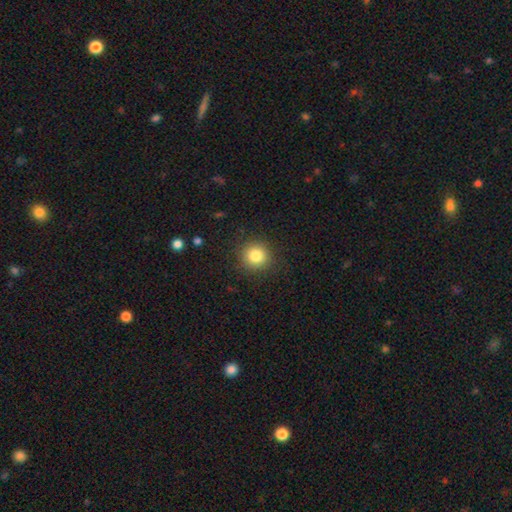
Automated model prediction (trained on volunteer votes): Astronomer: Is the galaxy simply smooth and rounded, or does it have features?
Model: smooth — 83%.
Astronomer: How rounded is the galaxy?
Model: round — 93%.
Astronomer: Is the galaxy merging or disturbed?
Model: none — 89%.